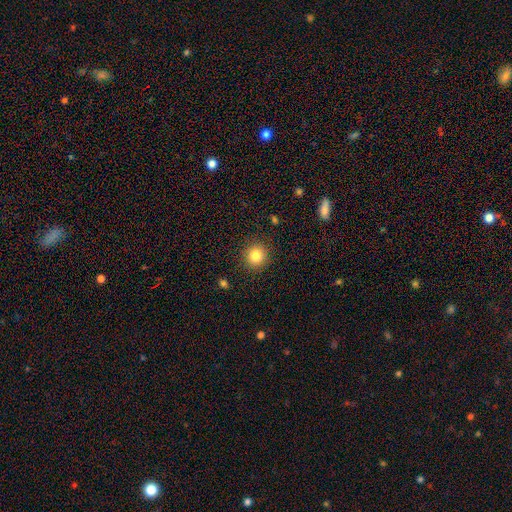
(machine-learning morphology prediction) A smooth galaxy with no disk features (83%) that is round (91%). Merging: none (90%).